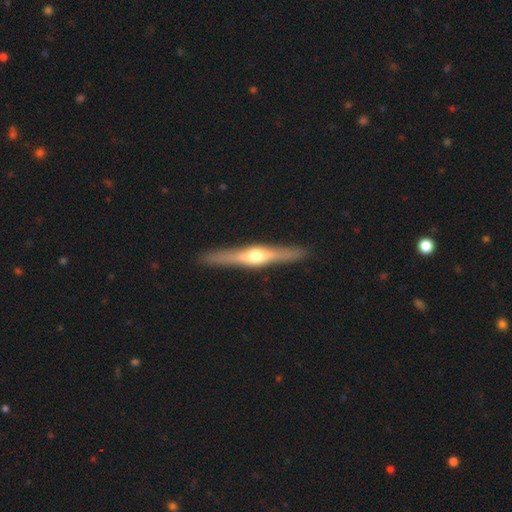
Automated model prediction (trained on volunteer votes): A featured or disk galaxy (73%) viewed edge-on (96%) with a rounded central bulge (94%).

Vote fractions:
- Smooth or featured? featured or disk: 73% / smooth: 22% / star or artifact: 5%
- Edge-on disk? yes: 96% / no: 4%
- Edge-on bulge? rounded: 94% / boxy: 4% / none: 3%
- Merging? none: 90% / minor disturbance: 7% / major disturbance: 2% / merger: 1%